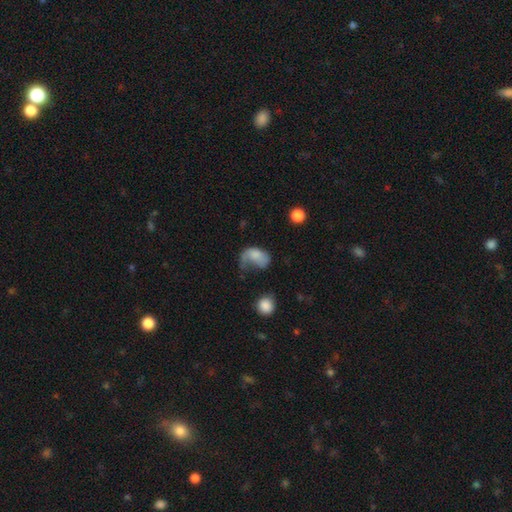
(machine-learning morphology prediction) Q: Smooth or featured?
A: smooth (62%); runner-up: featured or disk (29%)
Q: How rounded?
A: in between (81%); runner-up: round (17%)
Q: Merging?
A: major disturbance (56%); runner-up: minor disturbance (20%)